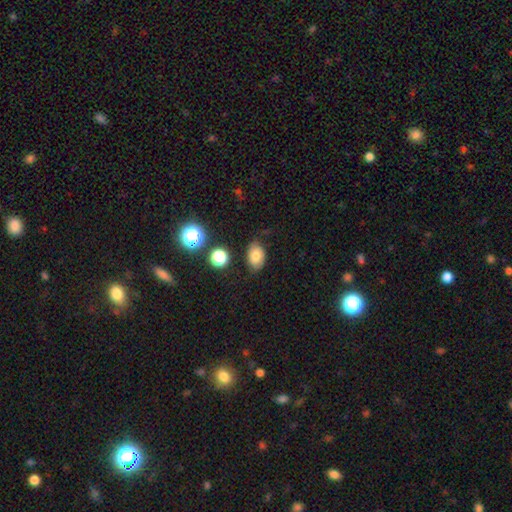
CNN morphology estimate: The model was most divided on "merging": none: 74%, minor disturbance: 19%, major disturbance: 4%, merger: 2%. More confident: how rounded — in between (80%); smooth or featured — smooth (74%).